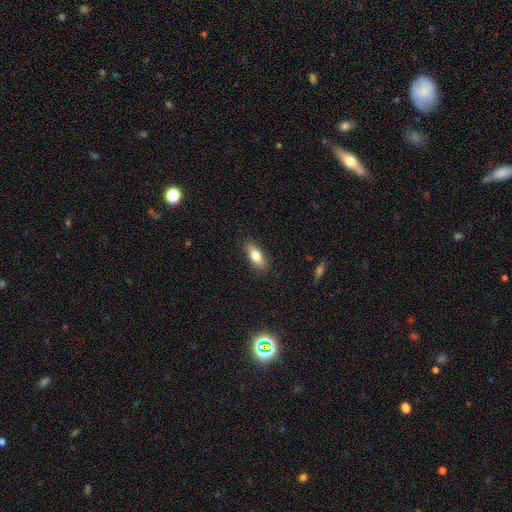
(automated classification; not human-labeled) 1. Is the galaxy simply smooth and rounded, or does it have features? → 79% smooth, 14% featured or disk, 7% star or artifact.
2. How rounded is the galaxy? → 74% in between, 23% cigar-shaped, 3% round.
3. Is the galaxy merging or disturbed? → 87% none, 10% minor disturbance, 2% major disturbance, 1% merger.